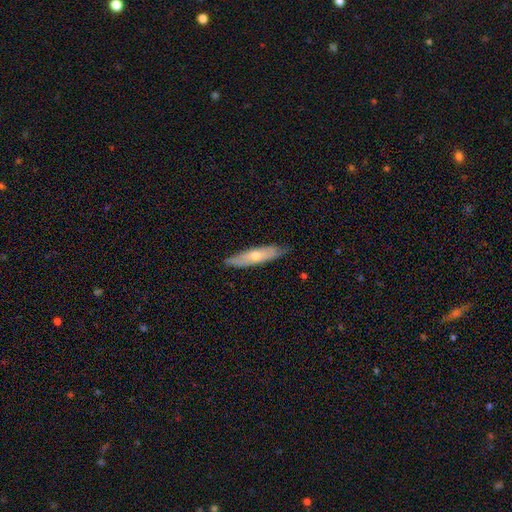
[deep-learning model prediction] Smooth or featured? featured or disk (47%, tied with smooth)
Merging? none (82%)